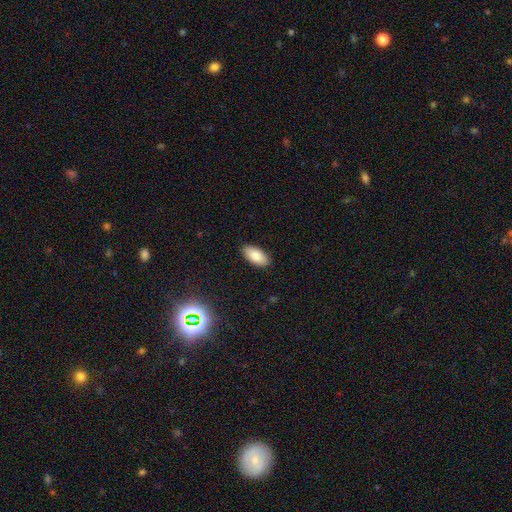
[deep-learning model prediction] Smooth or featured? Predicted: smooth (p=0.82). How rounded? Predicted: in between (p=0.93). Merging? Predicted: none (p=0.89).